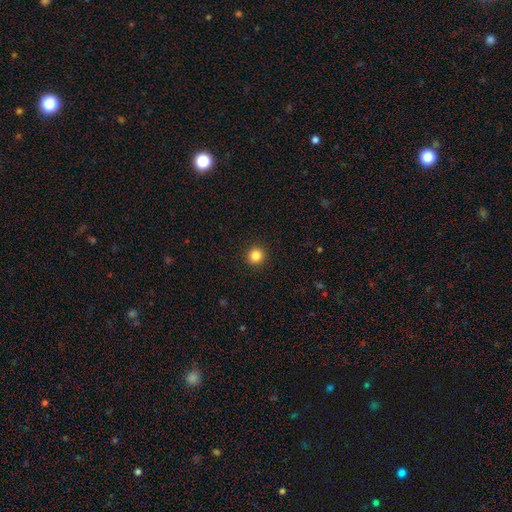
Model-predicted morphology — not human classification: Q: Smooth or featured?
A: smooth (84%); runner-up: star or artifact (12%)
Q: How rounded?
A: round (94%); runner-up: in between (5%)
Q: Merging?
A: none (93%); runner-up: minor disturbance (4%)